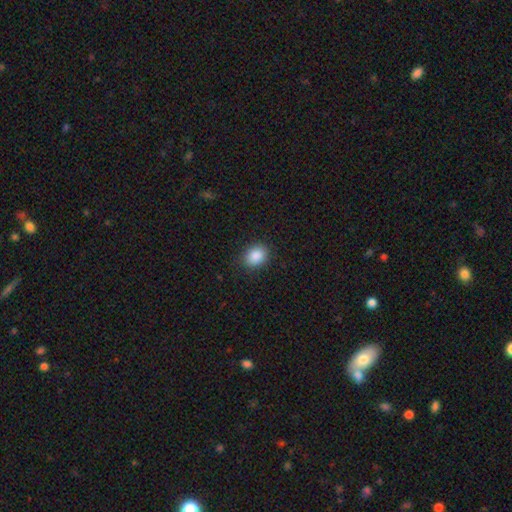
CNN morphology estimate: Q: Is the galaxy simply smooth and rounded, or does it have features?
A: smooth — 88%.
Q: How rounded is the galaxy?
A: in between — 54%.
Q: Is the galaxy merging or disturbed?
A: none — 87%.